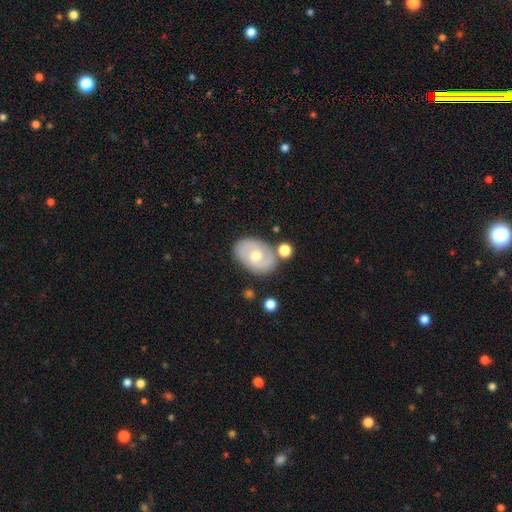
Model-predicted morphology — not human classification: Smooth or featured? featured or disk (64%)
Edge-on disk? no (95%)
Bar? no (68%)
Spiral arms? yes (75%)
Bulge size? moderate (63%)
Merging? none (71%)